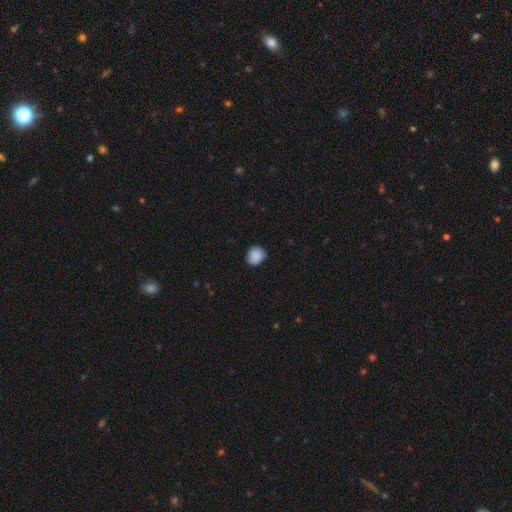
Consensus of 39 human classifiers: Morphology: type=smooth (85%); roundness=round (67%); merging=none (71%).